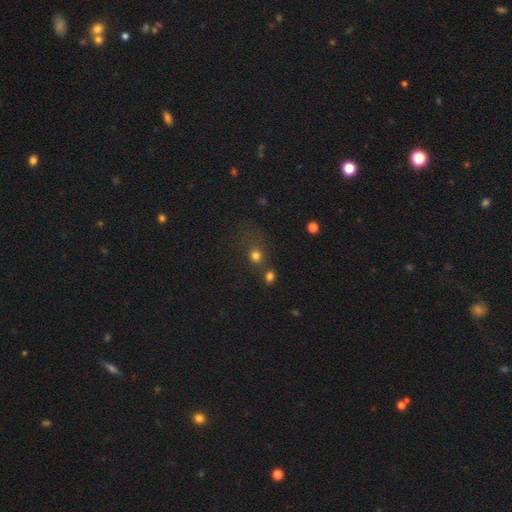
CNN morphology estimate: Smooth or featured: smooth — 73% (star or artifact — 18%)
How rounded: round — 81% (in between — 17%)
Merging: none — 51% (merger — 28%)